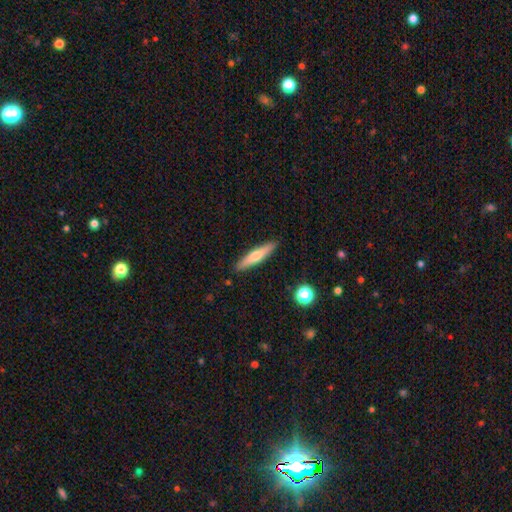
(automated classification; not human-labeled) A smooth galaxy with no disk features (55%) that is cigar-shaped (88%).

Vote fractions:
- Smooth or featured? smooth: 55% / featured or disk: 39% / star or artifact: 6%
- How rounded? cigar-shaped: 88% / in between: 11% / round: 2%
- Merging? none: 90% / minor disturbance: 7% / major disturbance: 2% / merger: 1%